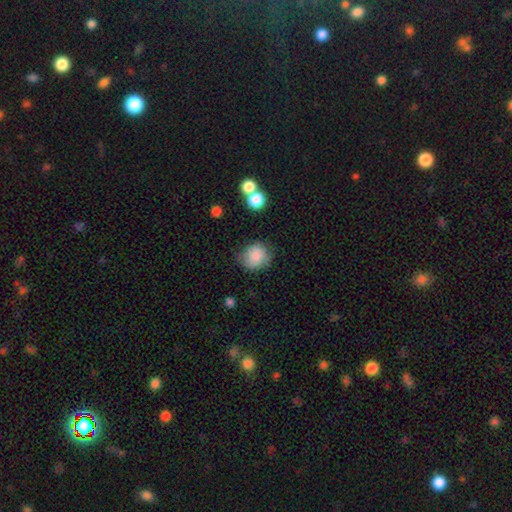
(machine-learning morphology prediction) Smooth or featured? Predicted: smooth (p=0.84). How rounded? Predicted: round (p=0.80). Merging? Predicted: none (p=0.68).